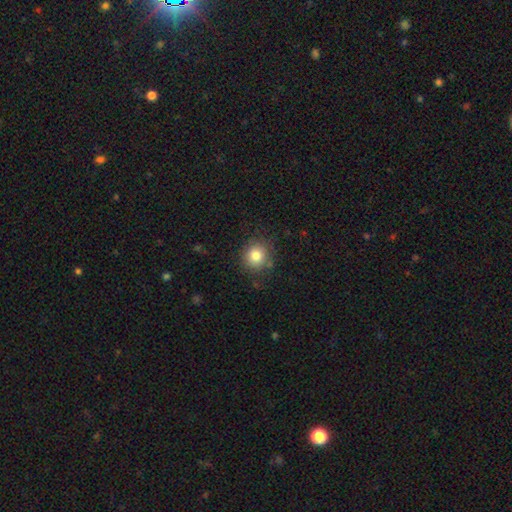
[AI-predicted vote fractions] The model was most divided on "smooth or featured": smooth: 82%, star or artifact: 11%, featured or disk: 7%. More confident: how rounded — round (88%); merging — none (83%).